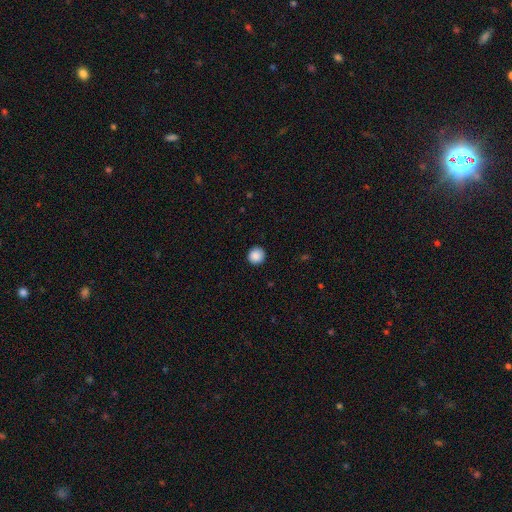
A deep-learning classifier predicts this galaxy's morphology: The model was most divided on "smooth or featured": smooth: 89%, star or artifact: 9%, featured or disk: 3%. More confident: how rounded — round (94%); merging — none (92%).